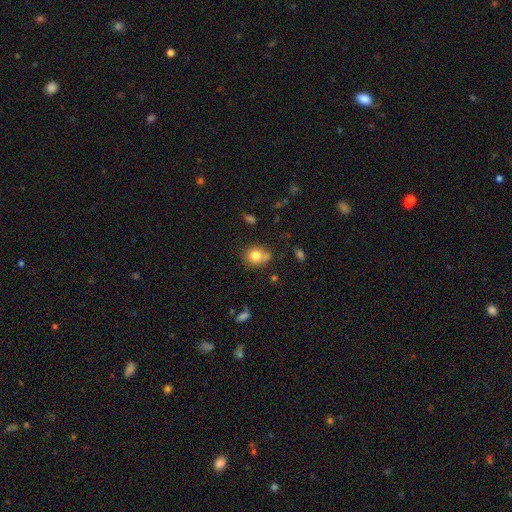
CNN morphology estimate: A smooth galaxy with no disk features (79%) that is round (72%).

Vote fractions:
- Smooth or featured? smooth: 79% / star or artifact: 11% / featured or disk: 11%
- How rounded? round: 72% / in between: 27% / cigar-shaped: 1%
- Merging? none: 62% / minor disturbance: 20% / merger: 12% / major disturbance: 6%